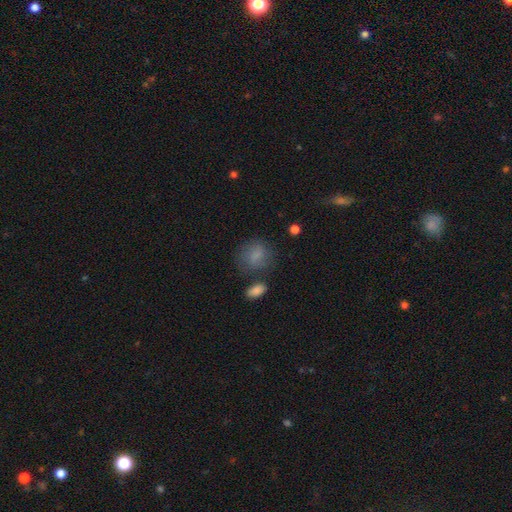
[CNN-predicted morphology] Q: Smooth or featured?
A: smooth (75%); runner-up: featured or disk (14%)
Q: How rounded?
A: round (60%); runner-up: in between (38%)
Q: Merging?
A: none (61%); runner-up: minor disturbance (21%)